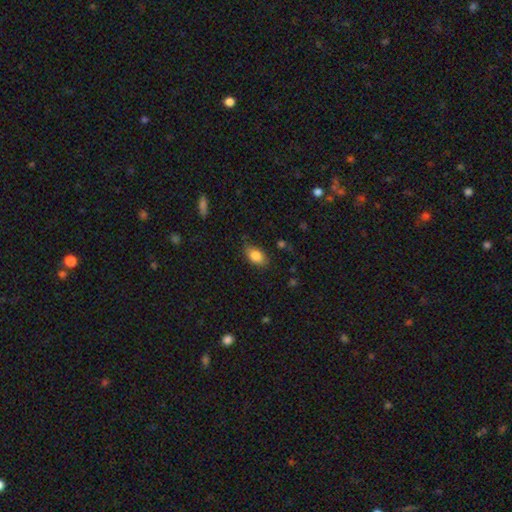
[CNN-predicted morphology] smooth_or_featured: smooth (p=0.83) [alt: featured or disk p=0.09]
how_rounded: in between (p=0.88) [alt: round p=0.09]
merging: none (p=0.78) [alt: minor disturbance p=0.17]